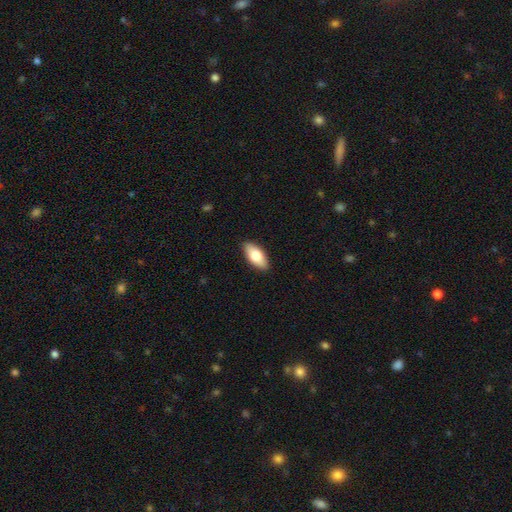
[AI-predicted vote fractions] The model was most divided on "smooth or featured": smooth: 77%, featured or disk: 18%, star or artifact: 6%. More confident: merging — none (89%); how rounded — in between (88%).